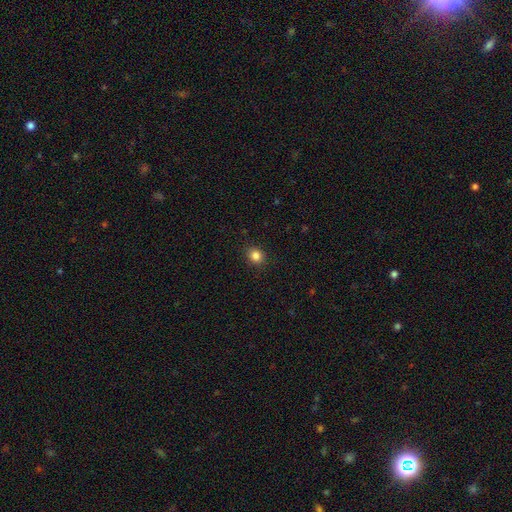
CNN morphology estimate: smooth-or-featured: smooth: 84% | star or artifact: 11% | featured or disk: 4%
  how-rounded: round: 72% | in between: 27% | cigar-shaped: 1%
  merging: none: 90% | minor disturbance: 7% | major disturbance: 2% | merger: 1%